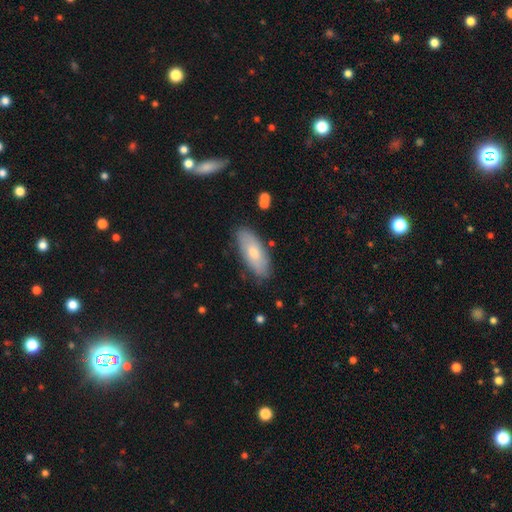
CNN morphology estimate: The model was most divided on "smooth or featured": smooth: 60%, featured or disk: 32%, star or artifact: 8%. More confident: merging — none (81%); how rounded — in between (76%).